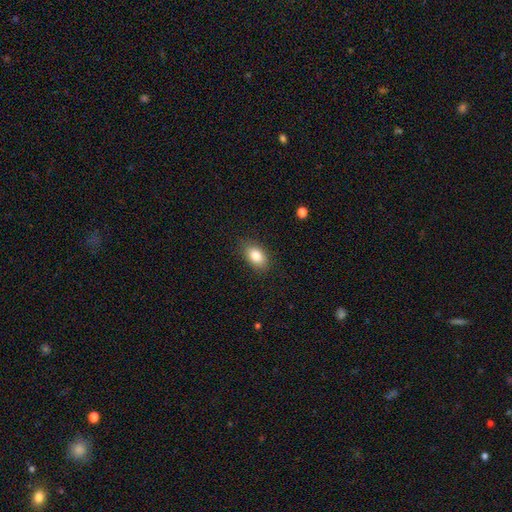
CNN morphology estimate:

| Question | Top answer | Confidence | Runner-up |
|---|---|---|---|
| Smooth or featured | smooth | 84% | featured or disk (8%) |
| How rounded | in between | 89% | round (9%) |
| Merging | none | 85% | minor disturbance (12%) |